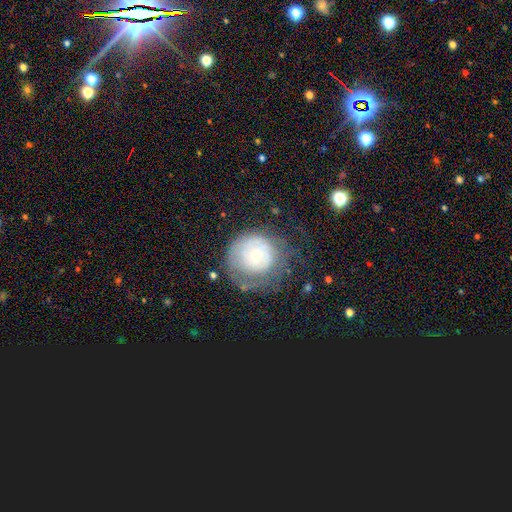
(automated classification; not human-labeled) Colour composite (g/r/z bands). It shows a featured or disk galaxy (47%). Merging: none (41%).